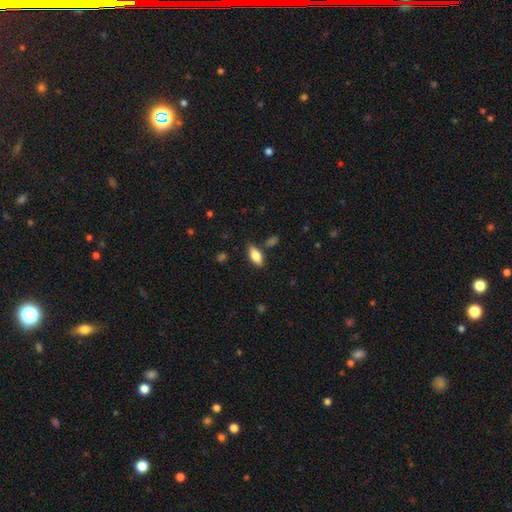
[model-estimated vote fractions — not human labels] A smooth galaxy with no disk features (75%) that is in between round and cigar-shaped (83%). Merging: none (78%).